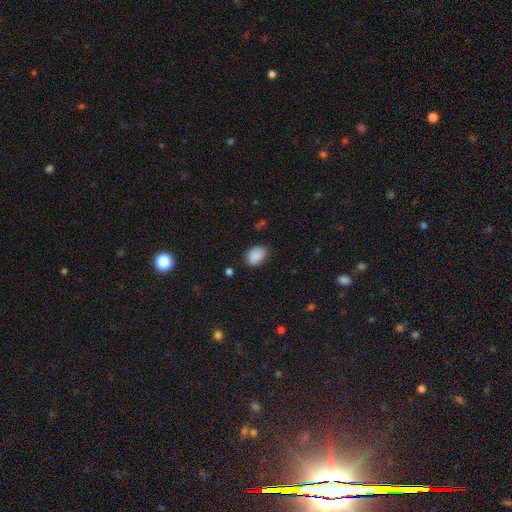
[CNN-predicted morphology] The model was most divided on "how rounded": in between: 77%, round: 22%, cigar-shaped: 1%. More confident: smooth or featured — smooth (88%); merging — none (76%).